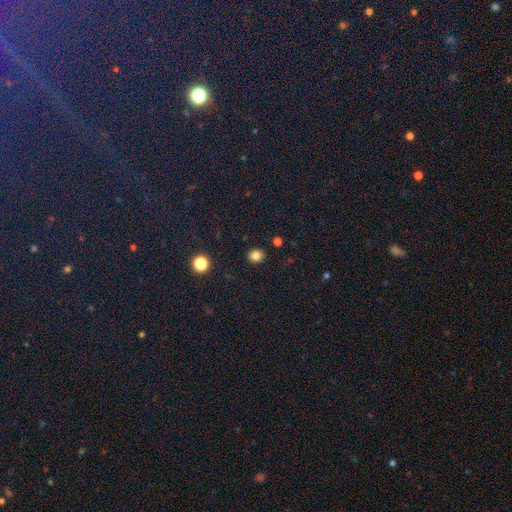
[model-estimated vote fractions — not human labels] This appears to be a smooth galaxy with no disk features (82%) that is round (73%). Merging: none (89%).